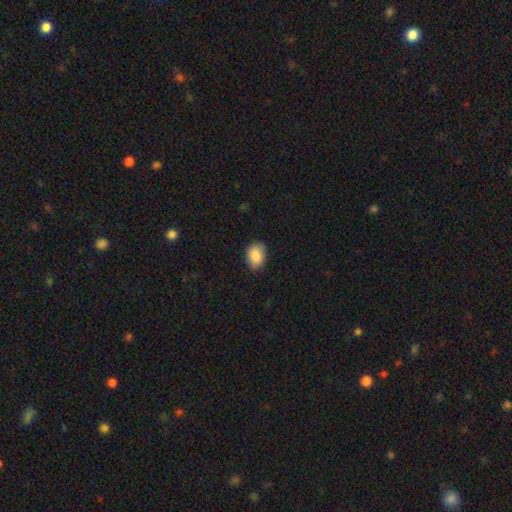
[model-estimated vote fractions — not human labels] A smooth galaxy with no disk features (88%) that is in between round and cigar-shaped (75%).

Vote fractions:
- Smooth or featured? smooth: 88% / star or artifact: 7% / featured or disk: 5%
- How rounded? in between: 75% / round: 24% / cigar-shaped: 1%
- Merging? none: 85% / minor disturbance: 11% / major disturbance: 2% / merger: 1%